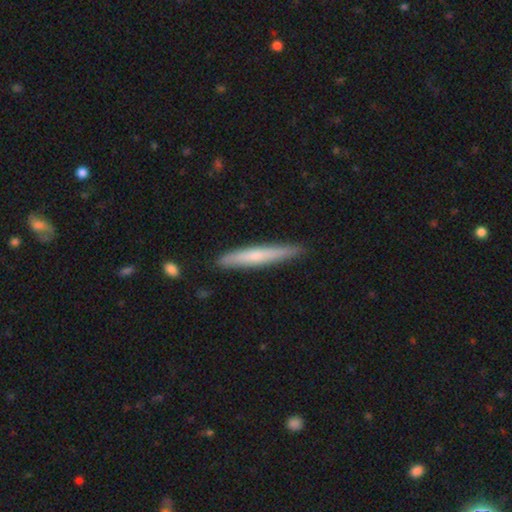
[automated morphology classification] Smooth or featured?
  - smooth: 60% *
  - featured or disk: 35%
  - star or artifact: 5%
How rounded?
  - cigar-shaped: 95% *
  - in between: 3%
  - round: 1%
Merging?
  - none: 88% *
  - minor disturbance: 9%
  - major disturbance: 2%
  - merger: 1%